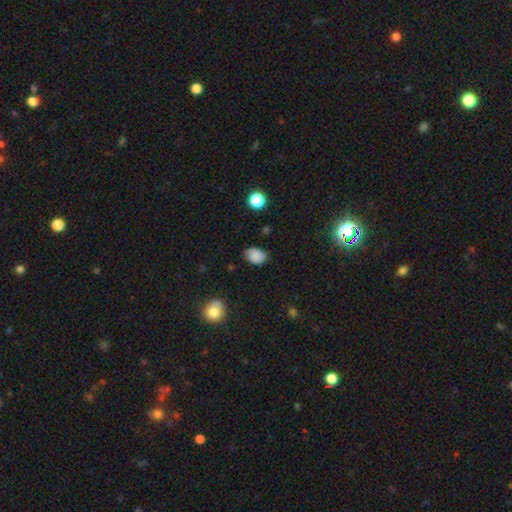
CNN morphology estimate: Smooth or featured?
  - smooth: 82% *
  - star or artifact: 10%
  - featured or disk: 8%
How rounded?
  - in between: 79% *
  - round: 20%
  - cigar-shaped: 1%
Merging?
  - none: 76% *
  - minor disturbance: 19%
  - major disturbance: 3%
  - merger: 2%